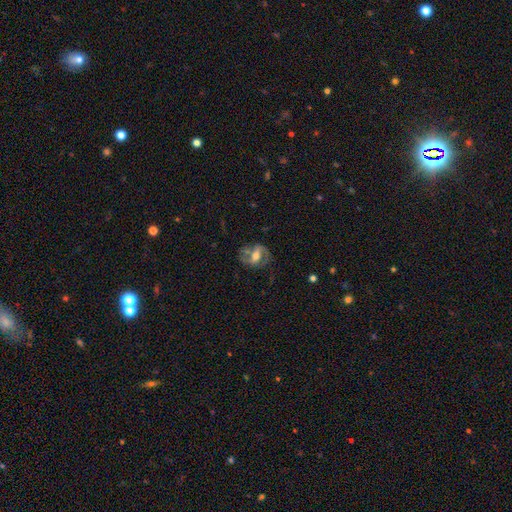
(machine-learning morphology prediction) type=featured or disk (70%); edge-on=no (95%); bar=strong (43%); spiral arms=yes (78%); winding=medium (48%); arm count=2 (82%); bulge=moderate (66%); merging=none (61%).